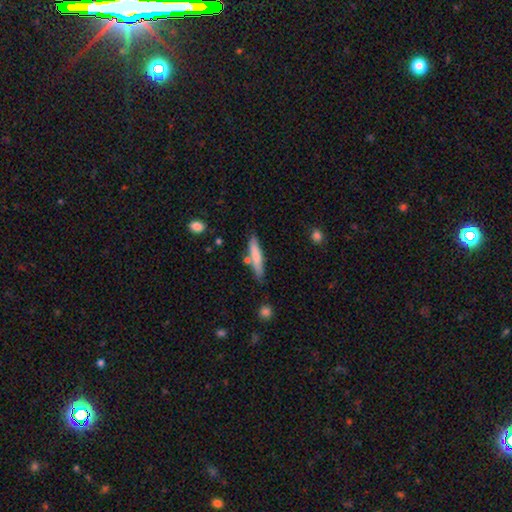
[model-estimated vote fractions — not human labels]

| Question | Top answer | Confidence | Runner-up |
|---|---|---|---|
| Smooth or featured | smooth | 72% | featured or disk (22%) |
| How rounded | cigar-shaped | 85% | in between (13%) |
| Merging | none | 74% | minor disturbance (15%) |